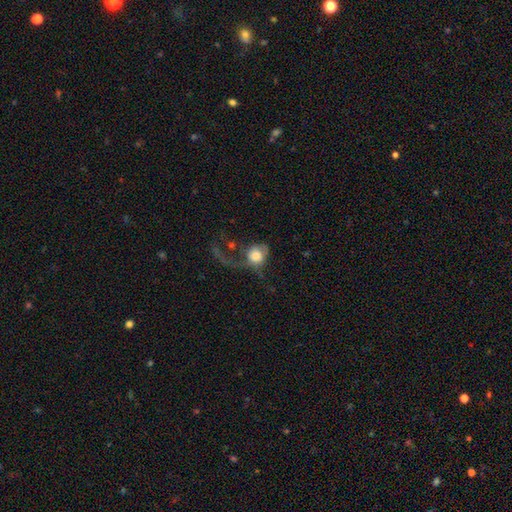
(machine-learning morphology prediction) smooth_or_featured: smooth (p=0.61) [alt: featured or disk p=0.31]
how_rounded: round (p=0.79) [alt: in between p=0.20]
merging: major disturbance (p=0.62) [alt: none p=0.18]